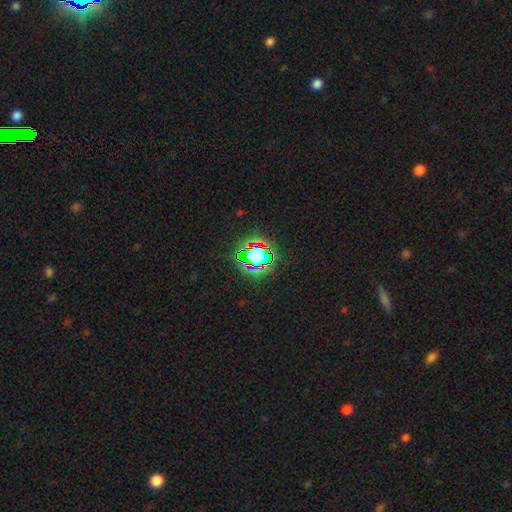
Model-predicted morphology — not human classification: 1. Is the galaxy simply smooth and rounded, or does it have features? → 63% star or artifact, 24% smooth, 13% featured or disk.